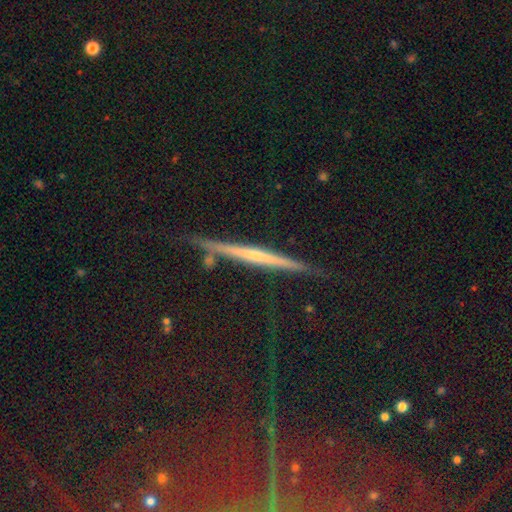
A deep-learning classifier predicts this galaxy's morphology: Smooth or featured? Predicted: featured or disk (p=0.63). Edge-on disk? Predicted: yes (p=0.96). Edge-on bulge? Predicted: none (p=0.48). Merging? Predicted: none (p=0.83).